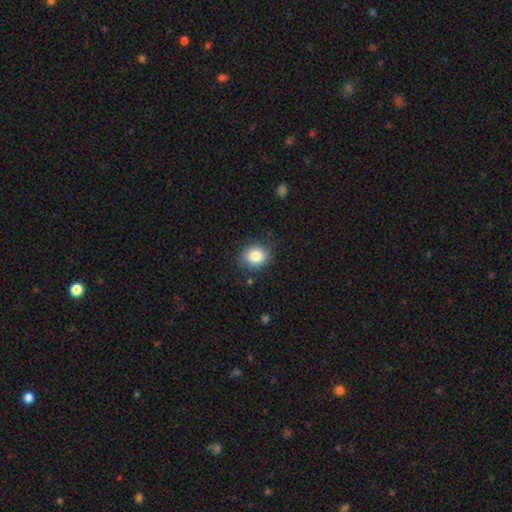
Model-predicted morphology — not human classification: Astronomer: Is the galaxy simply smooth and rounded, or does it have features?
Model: smooth — 84%.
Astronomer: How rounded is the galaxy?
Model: round — 70%.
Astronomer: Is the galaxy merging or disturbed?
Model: none — 83%.